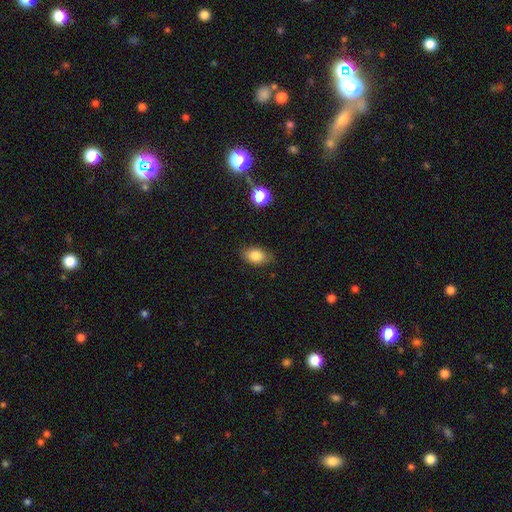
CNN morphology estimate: This appears to be a smooth galaxy with no disk features (83%) that is in between round and cigar-shaped (86%). Merging: none (82%).